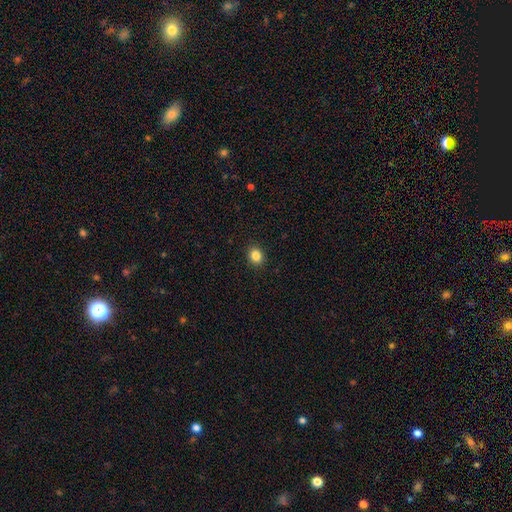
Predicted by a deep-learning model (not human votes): Smooth or featured?
  - smooth: 85% *
  - star or artifact: 11%
  - featured or disk: 5%
How rounded?
  - round: 63% *
  - in between: 36%
  - cigar-shaped: 1%
Merging?
  - none: 91% *
  - minor disturbance: 6%
  - major disturbance: 2%
  - merger: 1%